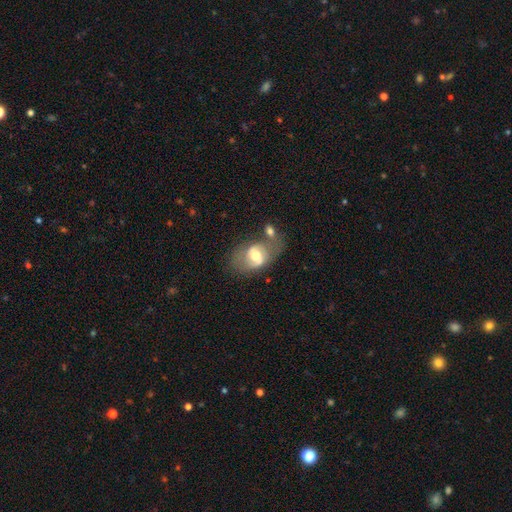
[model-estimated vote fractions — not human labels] Smooth or featured? featured or disk (58%)
Edge-on disk? no (94%)
Bar? weak (43%)
Spiral arms? yes (52%)
Bulge size? moderate (68%)
Merging? none (48%)